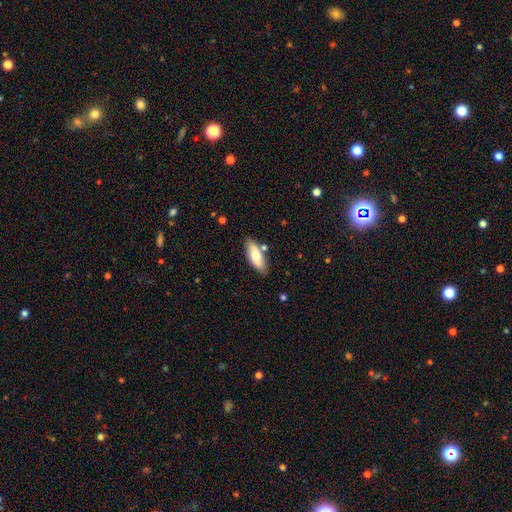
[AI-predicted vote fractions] Q: Smooth or featured?
A: smooth (73%); runner-up: featured or disk (21%)
Q: How rounded?
A: in between (70%); runner-up: cigar-shaped (28%)
Q: Merging?
A: none (80%); runner-up: minor disturbance (13%)